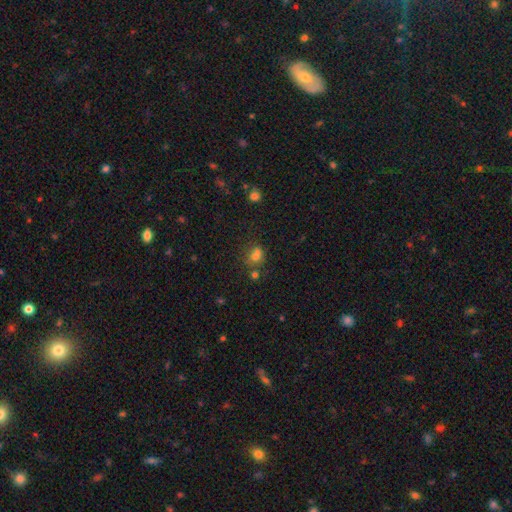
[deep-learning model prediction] Q: Smooth or featured?
A: smooth (66%); runner-up: star or artifact (20%)
Q: How rounded?
A: round (62%); runner-up: in between (37%)
Q: Merging?
A: none (42%); runner-up: merger (39%)